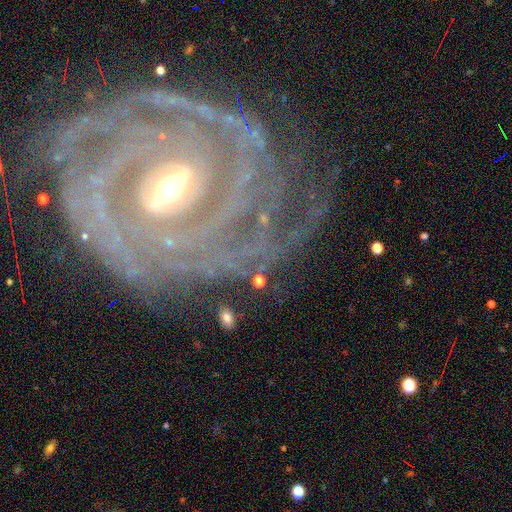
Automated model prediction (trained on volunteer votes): A featured or disk galaxy (91%) with a weak bar (40%), tight (81%) spiral arms (97%) and a moderate central bulge (60%).

Vote fractions:
- Smooth or featured? featured or disk: 91% / star or artifact: 5% / smooth: 4%
- Edge-on disk? no: 96% / yes: 4%
- Bar? weak: 40% / strong: 37% / no: 24%
- Spiral arms? yes: 97% / no: 3%
- Spiral winding? tight: 81% / medium: 15% / loose: 3%
- Spiral arm count? can't tell: 27% / 2: 18% / 3: 16% / 4: 16% / more than 4: 15% / 1: 8%
- Bulge size? moderate: 60% / small: 32% / large: 6% / none: 1% / dominant: 1%
- Merging? none: 73% / minor disturbance: 17% / major disturbance: 8% / merger: 2%